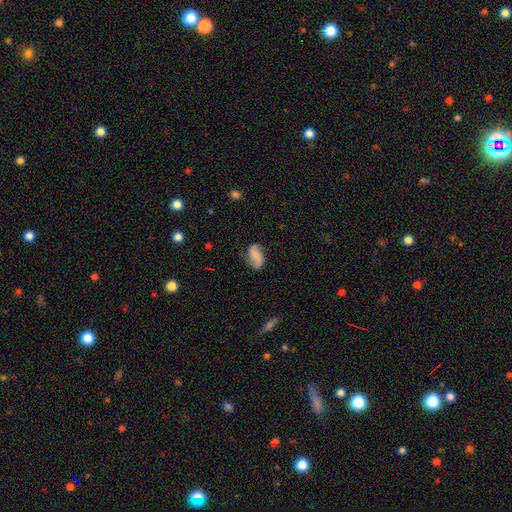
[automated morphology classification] This appears to be a smooth galaxy with no disk features (46%). Merging: none (67%).